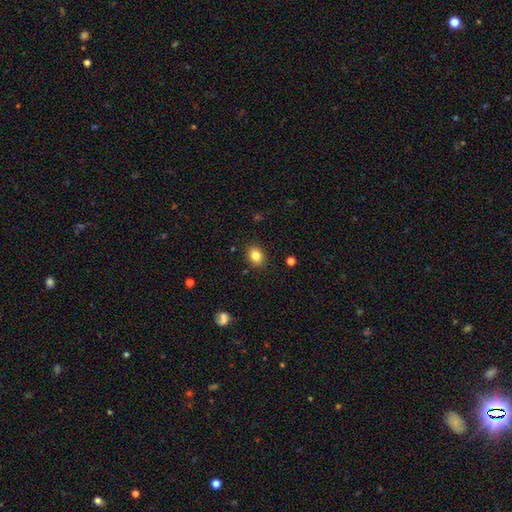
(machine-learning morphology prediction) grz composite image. It shows a smooth galaxy with no disk features (83%) that is in between round and cigar-shaped (54%). Merging: none (88%).